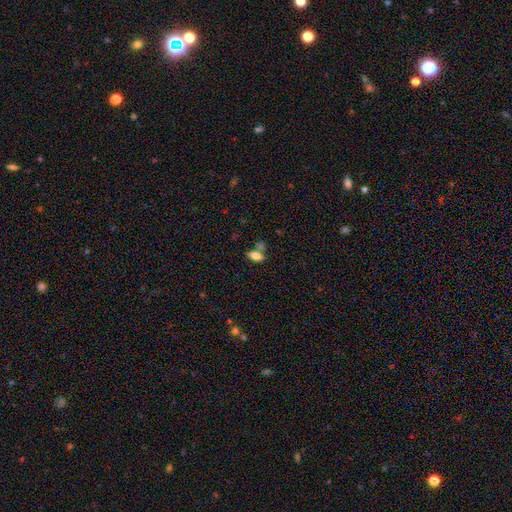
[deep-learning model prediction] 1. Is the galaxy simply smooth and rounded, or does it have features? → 76% smooth, 14% featured or disk, 10% star or artifact.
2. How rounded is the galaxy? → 85% in between, 10% cigar-shaped, 5% round.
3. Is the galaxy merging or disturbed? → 60% none, 22% merger, 14% minor disturbance, 5% major disturbance.